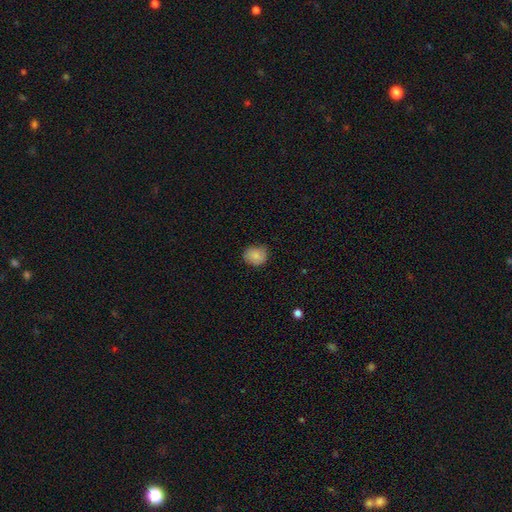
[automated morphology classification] Smooth or featured? smooth (85%)
How rounded? round (76%)
Merging? none (75%)